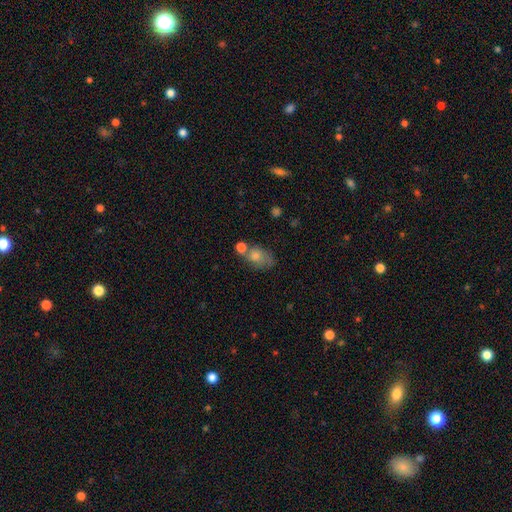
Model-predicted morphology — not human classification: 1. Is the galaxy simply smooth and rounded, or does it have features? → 63% smooth, 22% featured or disk, 15% star or artifact.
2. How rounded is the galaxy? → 69% in between, 29% round, 2% cigar-shaped.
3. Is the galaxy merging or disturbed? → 48% none, 22% merger, 20% minor disturbance, 9% major disturbance.